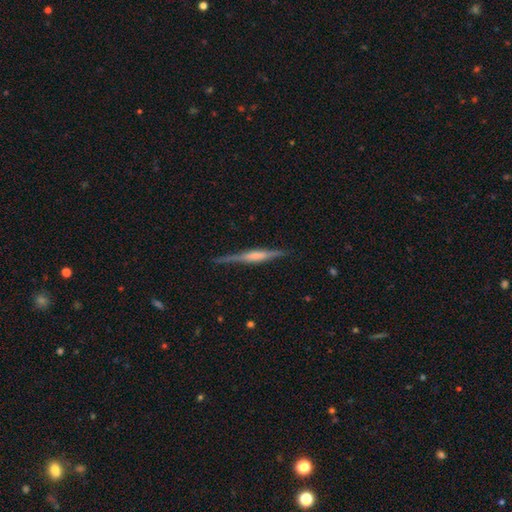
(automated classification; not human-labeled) A featured or disk galaxy (71%) viewed edge-on (97%) with a rounded central bulge (44%).

Vote fractions:
- Smooth or featured? featured or disk: 71% / smooth: 23% / star or artifact: 6%
- Edge-on disk? yes: 97% / no: 3%
- Edge-on bulge? rounded: 44% / boxy: 40% / none: 16%
- Merging? none: 83% / minor disturbance: 12% / major disturbance: 3% / merger: 1%